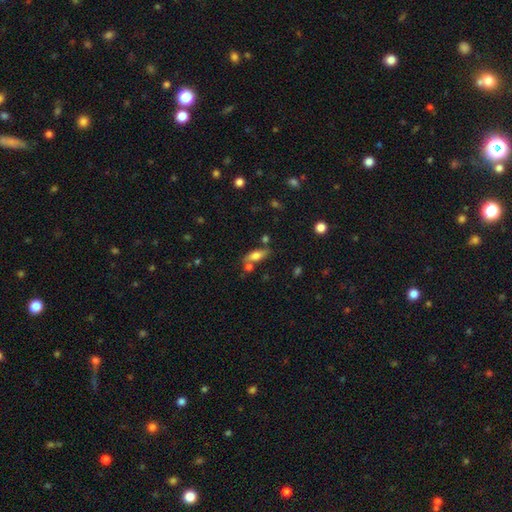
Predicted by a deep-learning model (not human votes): The model was most divided on "smooth or featured": smooth: 63%, featured or disk: 29%, star or artifact: 8%. More confident: how rounded — in between (65%); merging — none (64%).